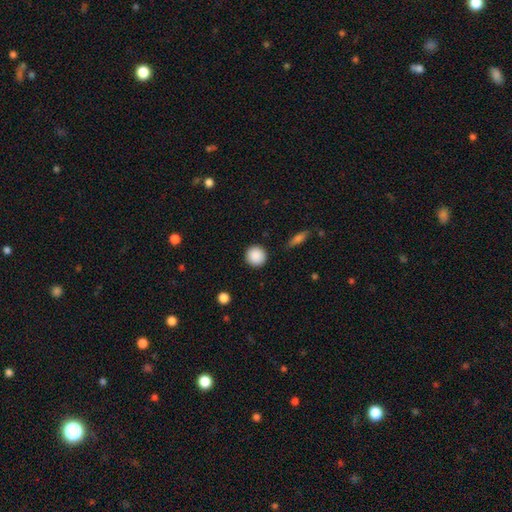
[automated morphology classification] Smooth or featured? Predicted: smooth (p=0.89). How rounded? Predicted: round (p=0.95). Merging? Predicted: none (p=0.91).